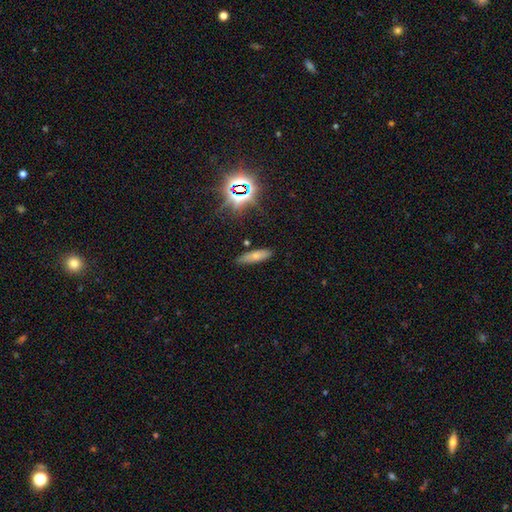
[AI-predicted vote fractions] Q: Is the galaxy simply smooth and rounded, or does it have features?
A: smooth — 64%.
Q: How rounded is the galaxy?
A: cigar-shaped — 53%.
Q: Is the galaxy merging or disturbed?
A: none — 84%.